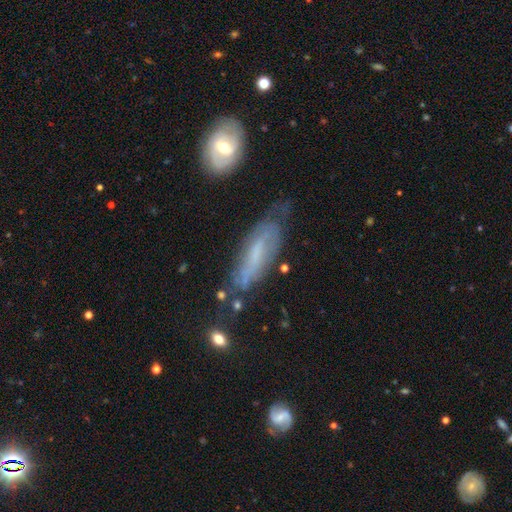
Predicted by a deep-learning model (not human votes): This appears to be a featured or disk galaxy (49%). Merging: none (57%).